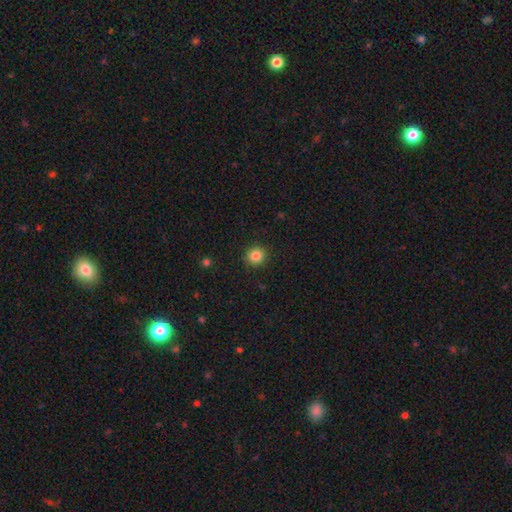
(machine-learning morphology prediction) A smooth galaxy with no disk features (85%) that is round (89%). Merging: none (91%).